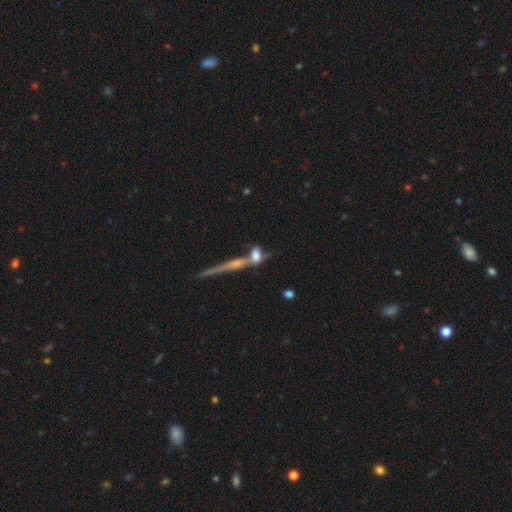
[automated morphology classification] smooth-or-featured: smooth: 52% | featured or disk: 35% | star or artifact: 13%
  how-rounded: in between: 54% | cigar-shaped: 27% | round: 19%
  merging: merger: 47% | none: 30% | minor disturbance: 12% | major disturbance: 11%